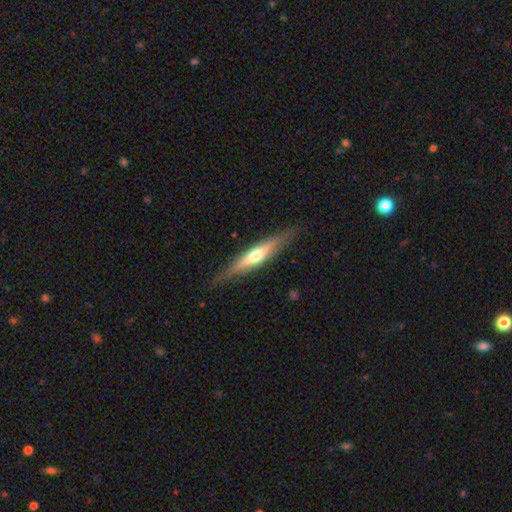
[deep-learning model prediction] smooth_or_featured: featured or disk (p=0.66) [alt: smooth p=0.28]
disk_edge_on: yes (p=0.95) [alt: no p=0.05]
edge_on_bulge: rounded (p=0.84) [alt: none p=0.09]
merging: none (p=0.85) [alt: minor disturbance p=0.11]